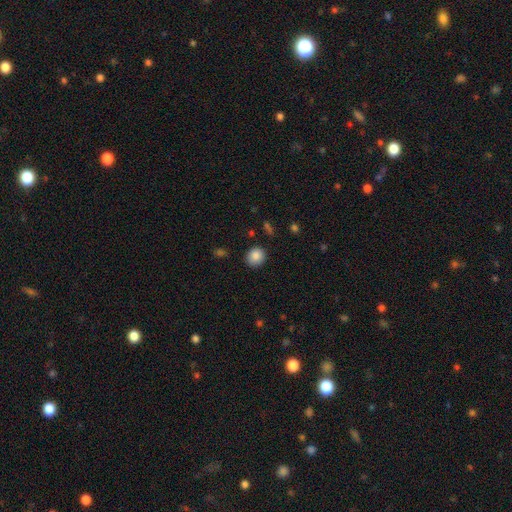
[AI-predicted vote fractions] Smooth or featured?
  - smooth: 86% *
  - star or artifact: 9%
  - featured or disk: 5%
How rounded?
  - round: 84% *
  - in between: 15%
  - cigar-shaped: 1%
Merging?
  - none: 88% *
  - minor disturbance: 8%
  - major disturbance: 2%
  - merger: 2%